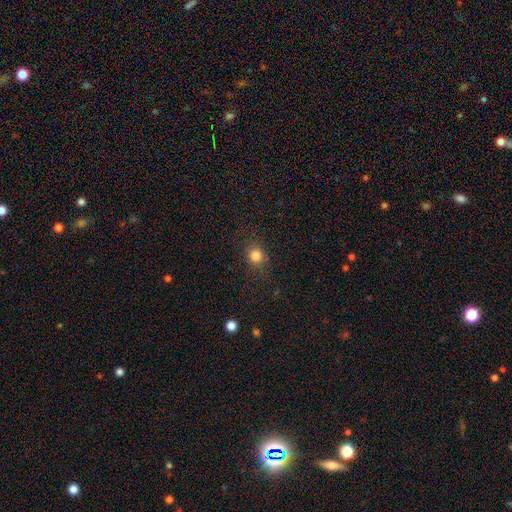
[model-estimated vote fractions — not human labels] A smooth galaxy with no disk features (82%) that is round (82%).

Vote fractions:
- Smooth or featured? smooth: 82% / star or artifact: 13% / featured or disk: 5%
- How rounded? round: 82% / in between: 17% / cigar-shaped: 1%
- Merging? none: 85% / minor disturbance: 10% / major disturbance: 4% / merger: 1%